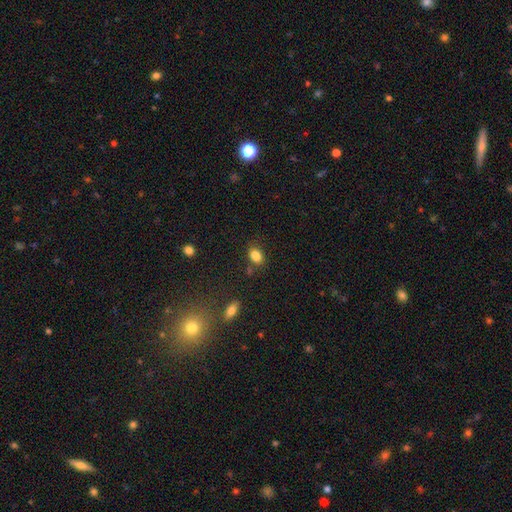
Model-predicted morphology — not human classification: Overall: smooth (85%). How rounded: in between (78%). Merging: none (76%).